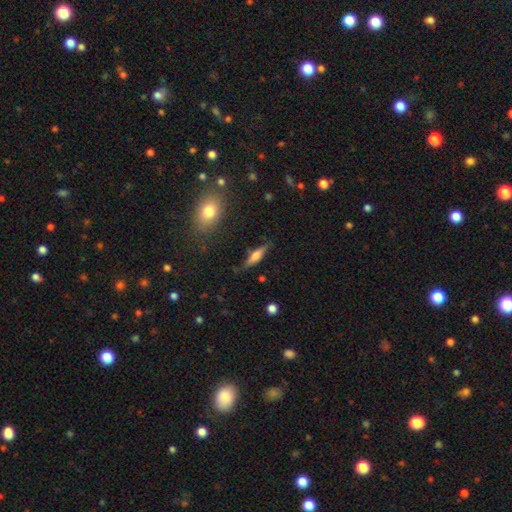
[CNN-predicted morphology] Q: Smooth or featured?
A: featured or disk (51%); runner-up: smooth (42%)
Q: Edge-on disk?
A: yes (94%); runner-up: no (6%)
Q: Merging?
A: none (83%); runner-up: minor disturbance (12%)